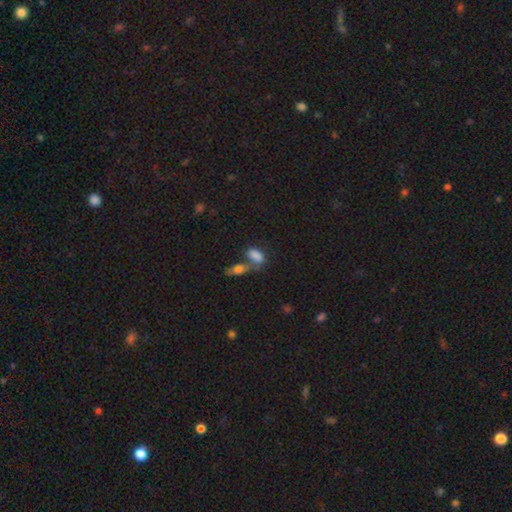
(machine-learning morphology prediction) This is clearly a smooth galaxy (81%). How rounded: clearly in between (86%). Merging: marginally merger (41%).